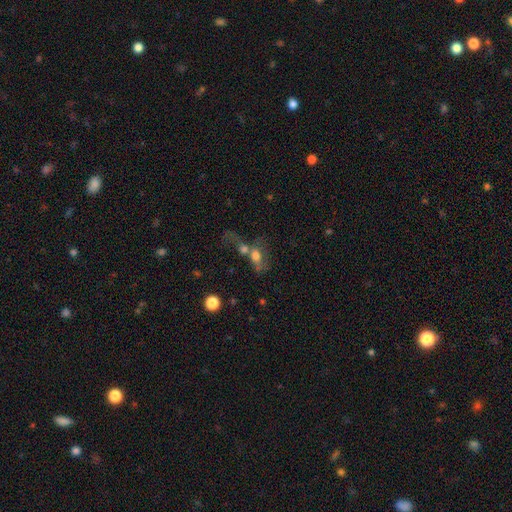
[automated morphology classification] A smooth galaxy with no disk features (61%) that is in between round and cigar-shaped (67%). Merging: merger (66%).